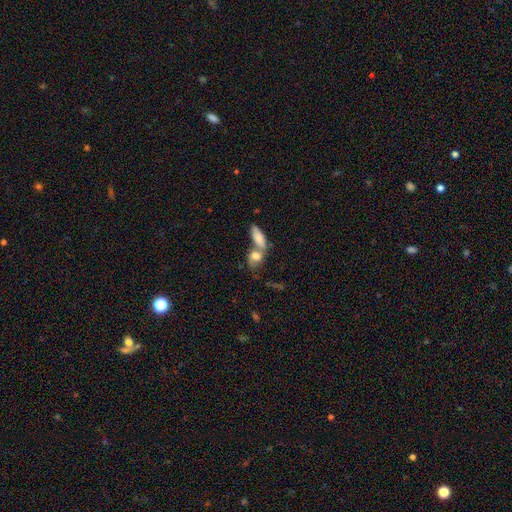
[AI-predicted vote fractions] The model was most divided on "merging": merger: 53%, none: 33%, minor disturbance: 9%, major disturbance: 5%. More confident: smooth or featured — smooth (80%); how rounded — in between (70%).